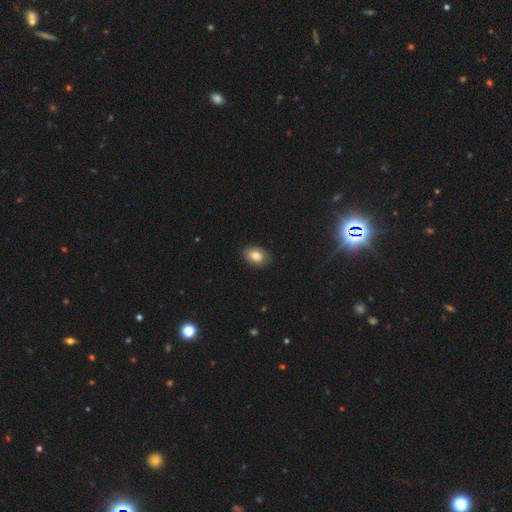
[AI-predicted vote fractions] smooth-or-featured: smooth: 84% | featured or disk: 8% | star or artifact: 8%
  how-rounded: in between: 83% | round: 16% | cigar-shaped: 1%
  merging: none: 85% | minor disturbance: 12% | major disturbance: 2% | merger: 1%